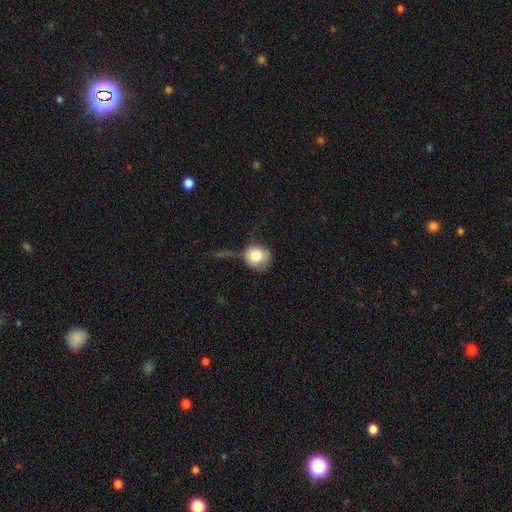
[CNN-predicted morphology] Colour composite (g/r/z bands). It shows a smooth galaxy with no disk features (81%) that is round (84%). Merging: none (42%).